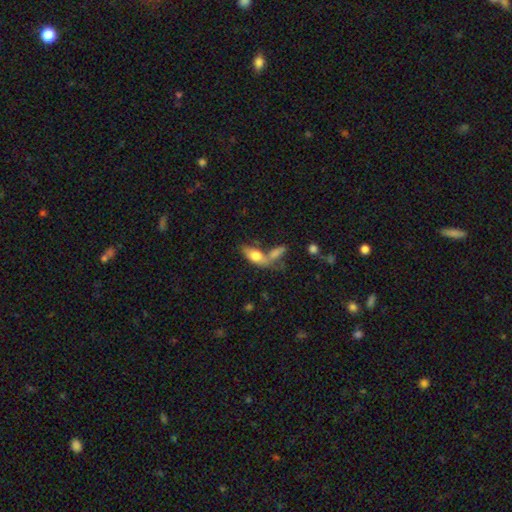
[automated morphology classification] Overall: smooth (70%). How rounded: in between (81%). Merging: merger (42%; none 37%).